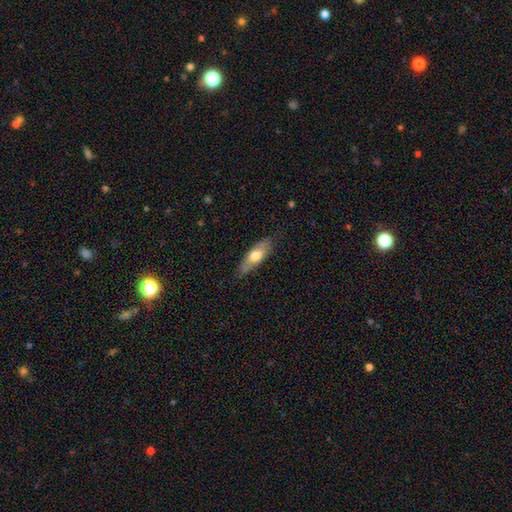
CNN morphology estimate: A smooth galaxy with no disk features (63%) that is in between round and cigar-shaped (59%). Merging: none (77%).